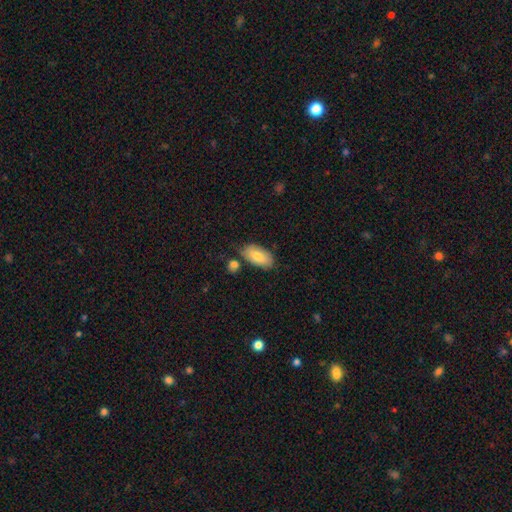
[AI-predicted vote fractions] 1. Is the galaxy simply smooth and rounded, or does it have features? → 78% smooth, 15% featured or disk, 7% star or artifact.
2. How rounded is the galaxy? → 93% in between, 4% cigar-shaped, 3% round.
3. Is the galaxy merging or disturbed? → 76% none, 15% minor disturbance, 6% merger, 3% major disturbance.